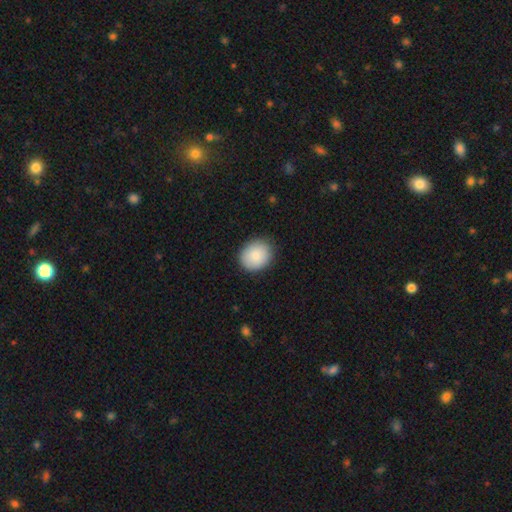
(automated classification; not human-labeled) The model was most divided on "how rounded": round: 64%, in between: 35%, cigar-shaped: 1%. More confident: merging — none (87%); smooth or featured — smooth (86%).